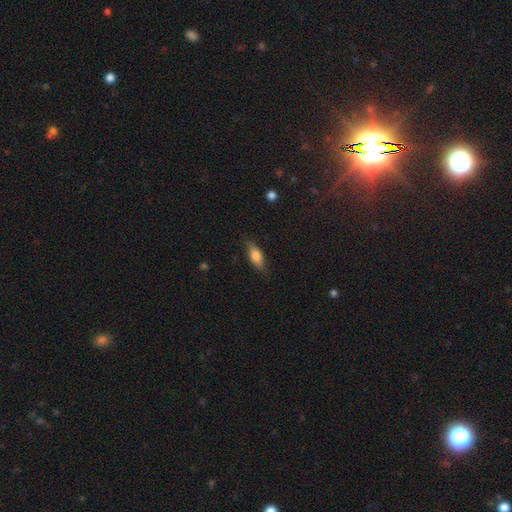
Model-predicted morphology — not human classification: smooth 72%, featured or disk 21%, star or artifact 7%. Down the decision tree: how rounded — in between (72%); merging — none (78%).